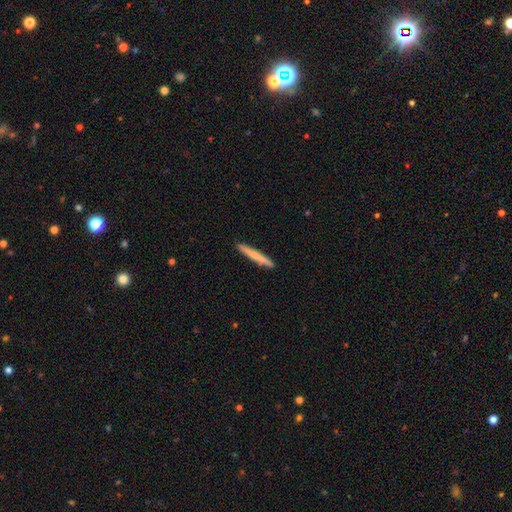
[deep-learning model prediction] Morphology: type=smooth (64%); roundness=cigar-shaped (96%); merging=none (92%).